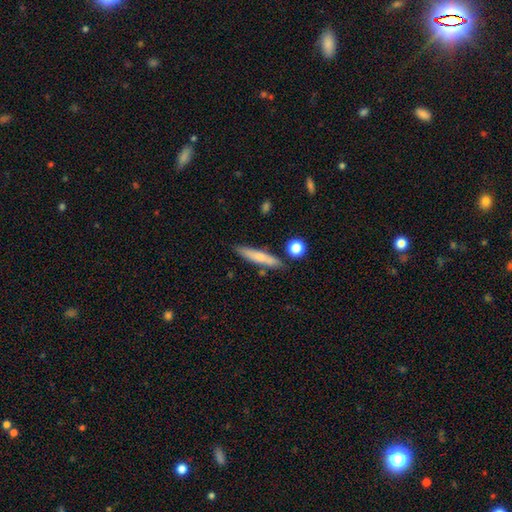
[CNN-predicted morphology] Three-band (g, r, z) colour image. It shows a smooth galaxy with no disk features (67%) that is cigar-shaped (91%). Merging: none (84%).